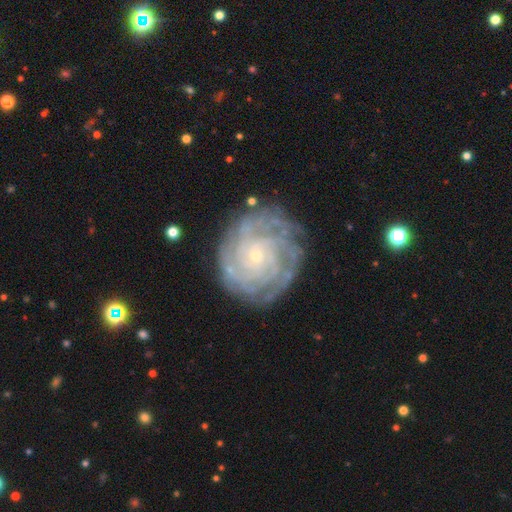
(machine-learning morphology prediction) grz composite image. It shows a featured or disk galaxy (86%) with no bar (79%), tight (80%) spiral arms (96%) and a small central bulge (86%). Merging: none (79%).